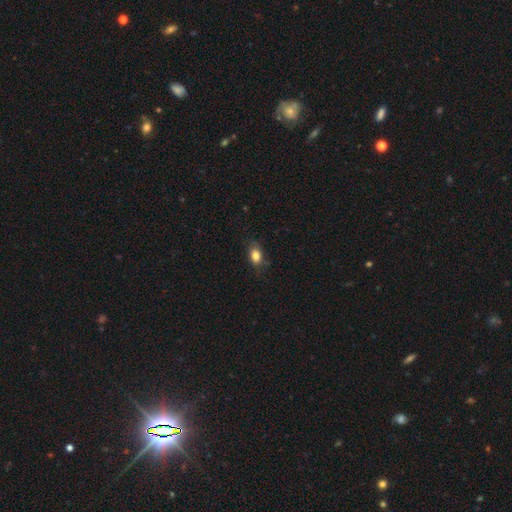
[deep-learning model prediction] The model was most divided on "merging": none: 72%, minor disturbance: 21%, major disturbance: 5%, merger: 1%. More confident: smooth or featured — smooth (83%); how rounded — in between (79%).